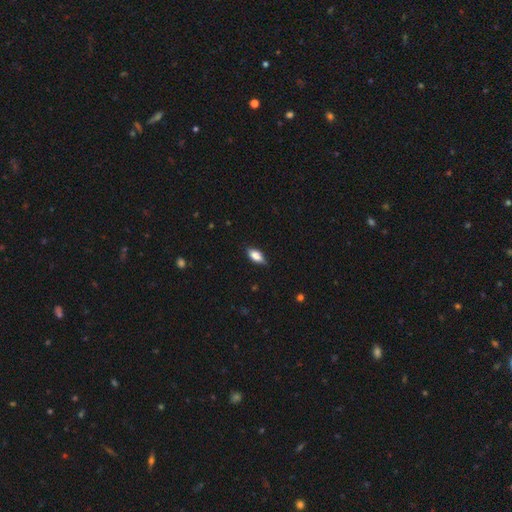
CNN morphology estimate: Overall: smooth (70%). How rounded: in between (82%). Merging: none (83%).